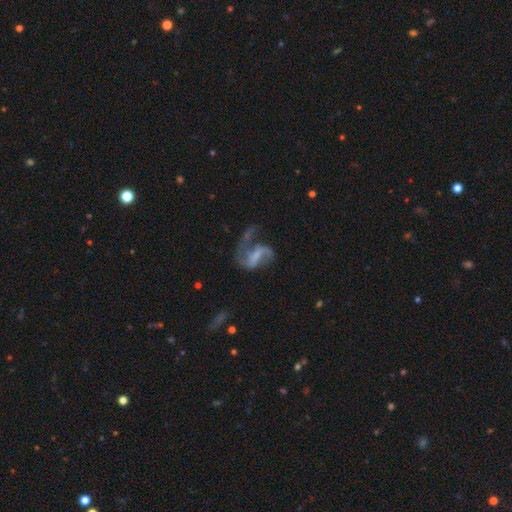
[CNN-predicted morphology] Overall: featured or disk (75%). Edge-on disk: no (98%). Bar: weak (45%; no 28%). Spiral arms: yes (85%). Spiral arm count: 2 (67%). Spiral winding: loose (62%; medium 31%). Bulge size: none (51%; small 23%). Merging: major disturbance (43%; none 33%).